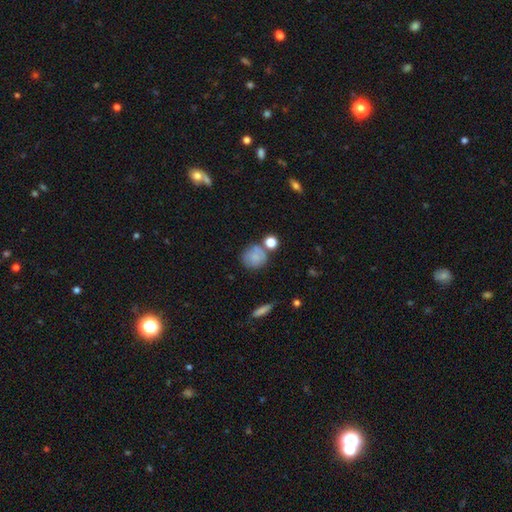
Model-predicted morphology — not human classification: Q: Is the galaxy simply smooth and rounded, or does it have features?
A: smooth — 76%.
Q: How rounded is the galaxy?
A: round — 81%.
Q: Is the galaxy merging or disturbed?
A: none — 57%.